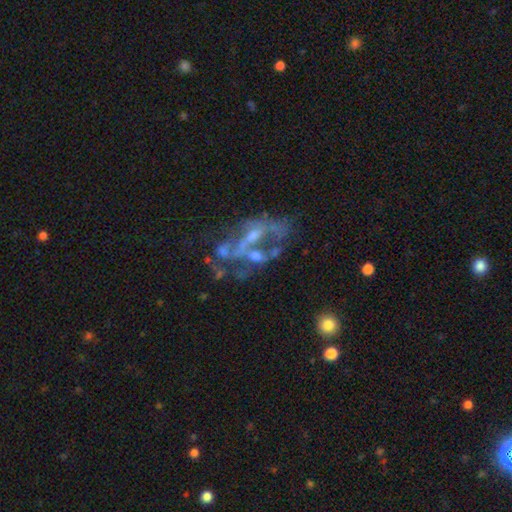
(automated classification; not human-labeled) smooth-or-featured: featured or disk: 67% | star or artifact: 17% | smooth: 16%
  disk-edge-on: no: 95% | yes: 5%
    bar: no: 61% | weak: 26% | strong: 13%
    has-spiral-arms: no: 69% | yes: 31%
    bulge-size: small: 32% (tied) | none: 32% (tied) | moderate: 30% | large: 4% | dominant: 2%
  merging: merger: 35% | major disturbance: 31% | none: 23% | minor disturbance: 11%